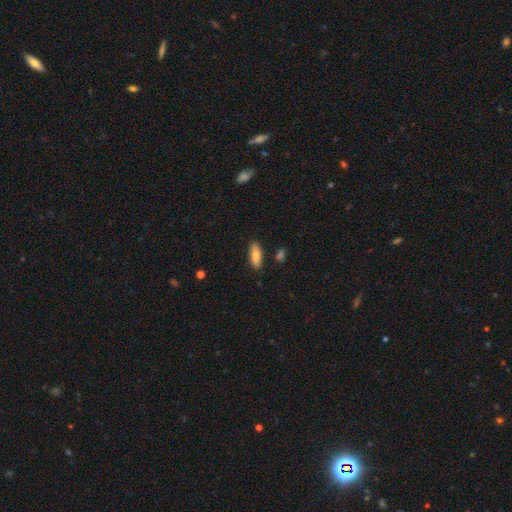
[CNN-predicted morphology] A smooth galaxy with no disk features (83%) that is in between round and cigar-shaped (61%). Merging: none (85%).